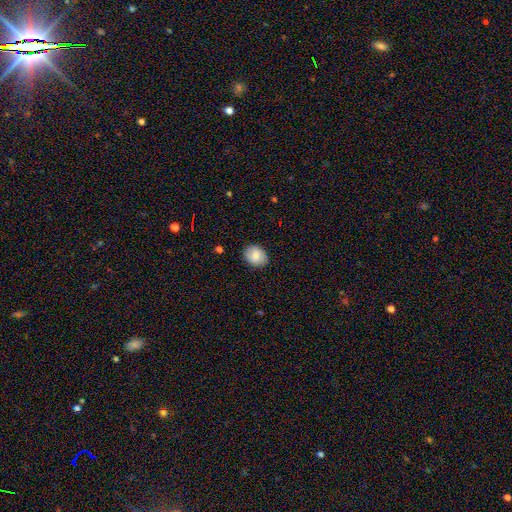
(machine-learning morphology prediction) The model was most divided on "how rounded": round: 50%, in between: 49%, cigar-shaped: 1%. More confident: merging — none (87%); smooth or featured — smooth (81%).